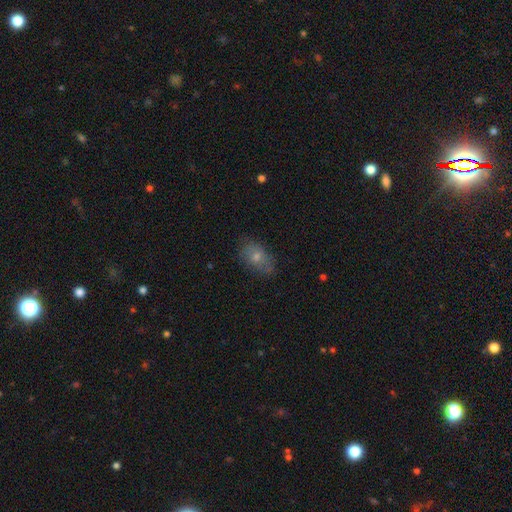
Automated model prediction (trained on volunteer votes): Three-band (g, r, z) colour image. It shows a smooth galaxy with no disk features (63%) that is in between round and cigar-shaped (84%). Merging: none (77%).